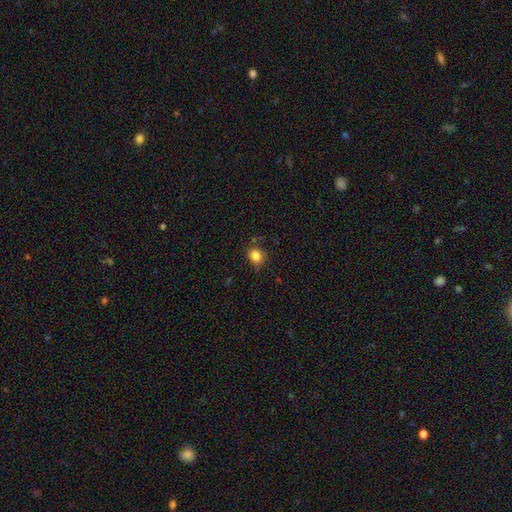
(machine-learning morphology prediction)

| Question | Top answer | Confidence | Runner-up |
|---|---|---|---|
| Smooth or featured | smooth | 84% | star or artifact (11%) |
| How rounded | round | 72% | in between (27%) |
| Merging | none | 78% | minor disturbance (15%) |